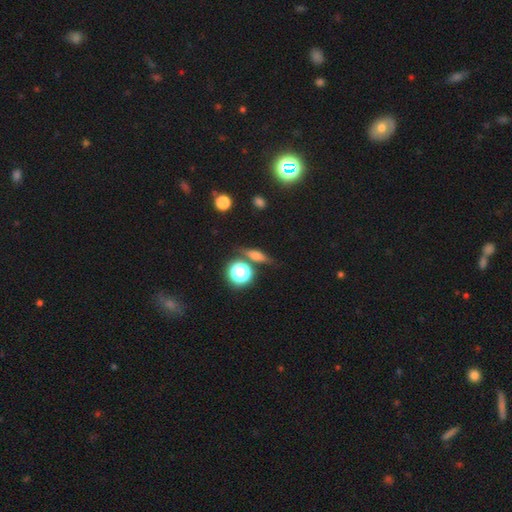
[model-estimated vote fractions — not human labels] Smooth or featured: smooth — 50% (featured or disk — 32%)
How rounded: cigar-shaped — 43% (in between — 32%)
Merging: none — 77% (minor disturbance — 13%)